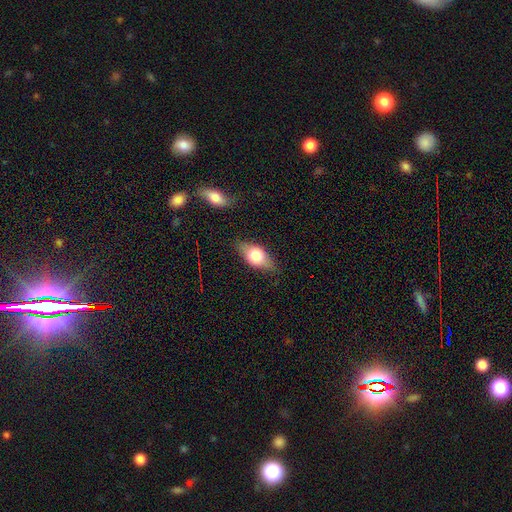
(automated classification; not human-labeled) smooth 60%, featured or disk 32%, star or artifact 8%. Down the decision tree: how rounded — in between (82%); merging — none (79%).